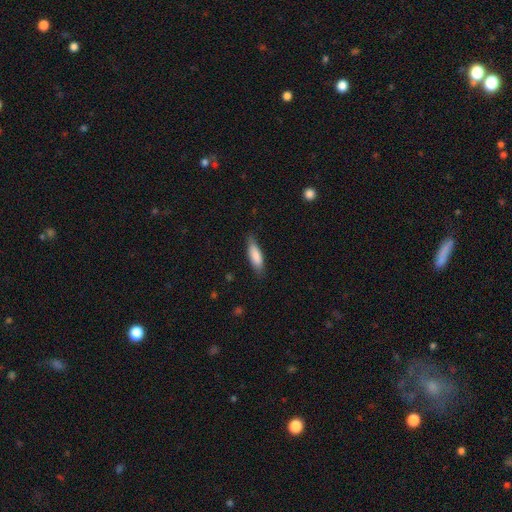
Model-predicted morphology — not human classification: A smooth galaxy with no disk features (84%) that is cigar-shaped (50%). Merging: none (79%).